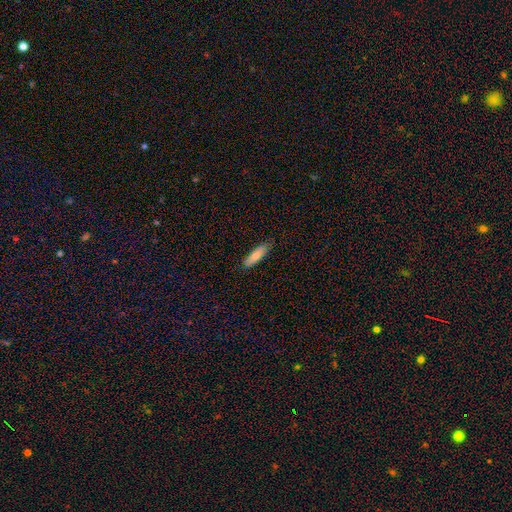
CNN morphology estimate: type=smooth (80%); roundness=cigar-shaped (57%); merging=none (84%).